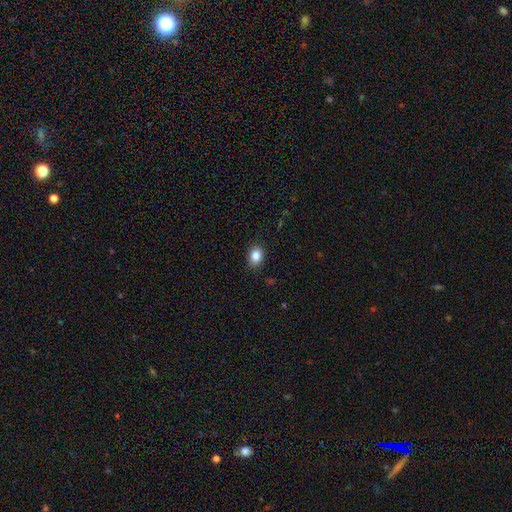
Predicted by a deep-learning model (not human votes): smooth-or-featured: smooth: 87% | star or artifact: 9% | featured or disk: 4%
  how-rounded: in between: 63% | round: 36% | cigar-shaped: 1%
  merging: none: 87% | minor disturbance: 9% | major disturbance: 2% | merger: 1%